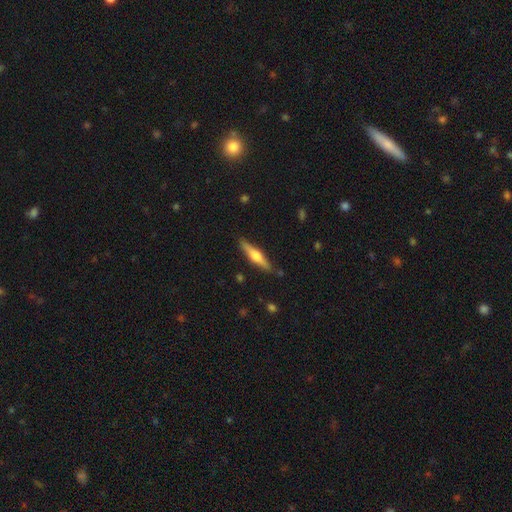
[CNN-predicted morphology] smooth-or-featured: featured or disk: 57% | smooth: 38% | star or artifact: 6%
  disk-edge-on: yes: 96% | no: 4%
    edge-on-bulge: rounded: 88% | boxy: 7% | none: 4%
  merging: none: 87% | minor disturbance: 9% | major disturbance: 2% | merger: 2%